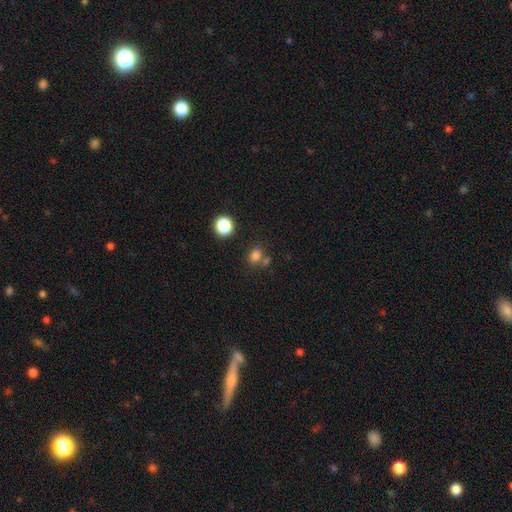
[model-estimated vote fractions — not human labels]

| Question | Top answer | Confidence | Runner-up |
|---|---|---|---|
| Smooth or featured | smooth | 76% | star or artifact (17%) |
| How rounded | round | 71% | in between (28%) |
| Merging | none | 58% | merger (27%) |